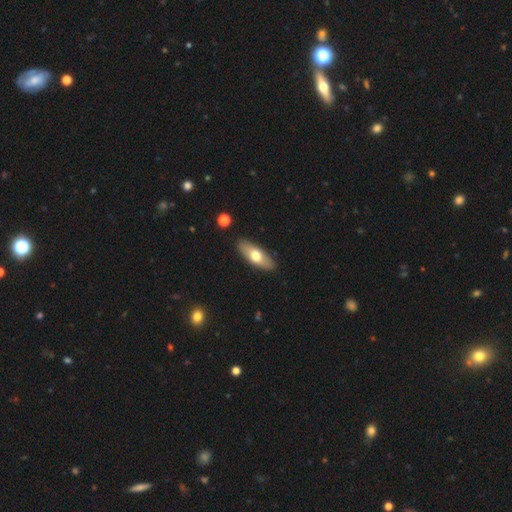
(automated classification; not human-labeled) This is likely a smooth galaxy (63%). How rounded: likely in between (69%). Merging: clearly none (88%).